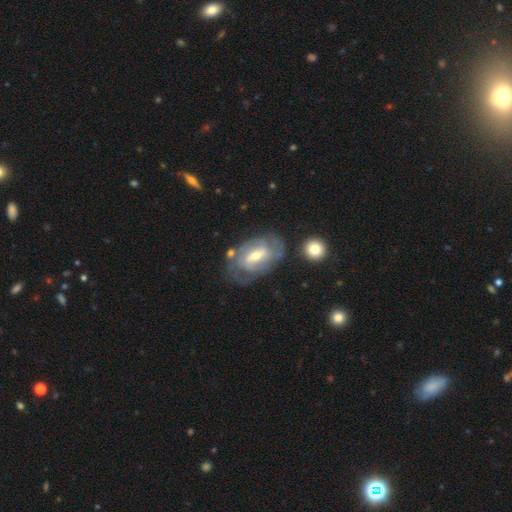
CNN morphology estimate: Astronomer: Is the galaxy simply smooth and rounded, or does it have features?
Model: featured or disk — 80%.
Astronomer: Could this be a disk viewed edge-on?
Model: no — 95%.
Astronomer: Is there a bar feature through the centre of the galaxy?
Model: weak — 52%.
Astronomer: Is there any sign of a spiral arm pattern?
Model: yes — 88%.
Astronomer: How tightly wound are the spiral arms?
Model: tight — 56% (runner-up: medium, 33%).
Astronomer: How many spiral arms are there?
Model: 2 — 44% (runner-up: can't tell, 34%).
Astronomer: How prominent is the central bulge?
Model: moderate — 57% (runner-up: small, 38%).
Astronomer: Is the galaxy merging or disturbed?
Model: none — 65%.